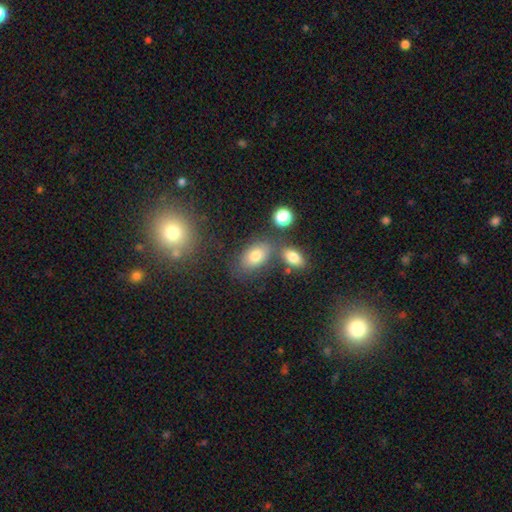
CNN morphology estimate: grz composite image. It shows a smooth galaxy with no disk features (75%) that is in between round and cigar-shaped (86%). Merging: none (64%).